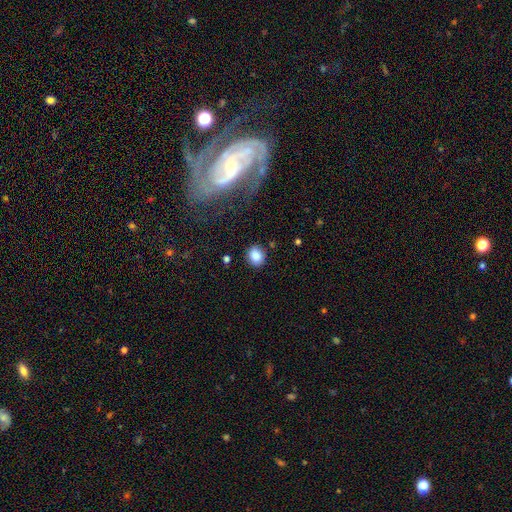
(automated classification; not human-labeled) Smooth or featured: smooth — 85% (star or artifact — 9%)
How rounded: round — 67% (in between — 32%)
Merging: none — 85% (minor disturbance — 10%)